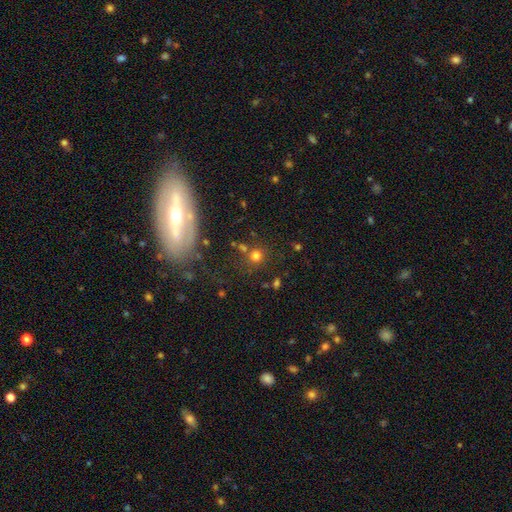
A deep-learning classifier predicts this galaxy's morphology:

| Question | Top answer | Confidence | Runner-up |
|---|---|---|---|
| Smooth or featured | smooth | 71% | star or artifact (20%) |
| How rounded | round | 89% | in between (10%) |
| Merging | none | 75% | minor disturbance (10%) |